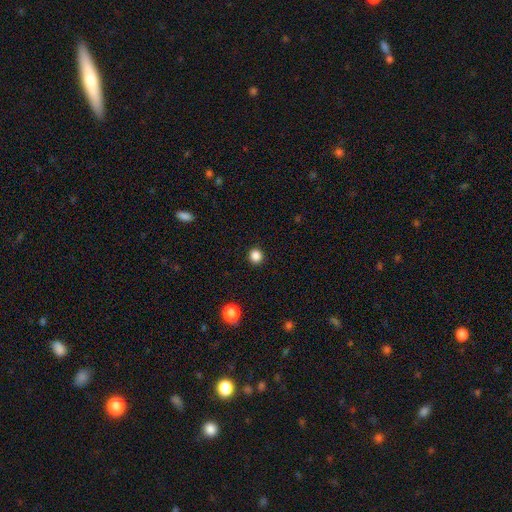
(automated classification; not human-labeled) Smooth or featured?
  - smooth: 86% *
  - star or artifact: 12%
  - featured or disk: 3%
How rounded?
  - round: 92% *
  - in between: 7%
  - cigar-shaped: 1%
Merging?
  - none: 92% *
  - minor disturbance: 5%
  - major disturbance: 2%
  - merger: 1%